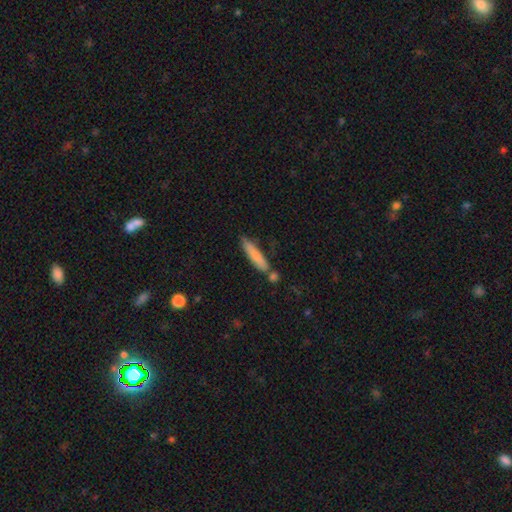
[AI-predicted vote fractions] A smooth galaxy with no disk features (76%) that is cigar-shaped (86%).

Vote fractions:
- Smooth or featured? smooth: 76% / featured or disk: 18% / star or artifact: 6%
- How rounded? cigar-shaped: 86% / in between: 12% / round: 2%
- Merging? none: 66% / minor disturbance: 17% / merger: 14% / major disturbance: 4%